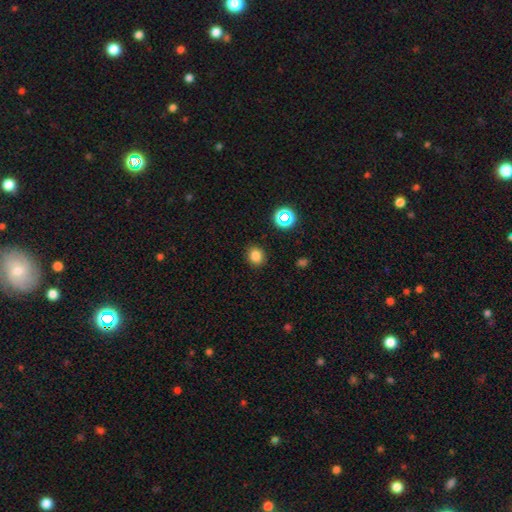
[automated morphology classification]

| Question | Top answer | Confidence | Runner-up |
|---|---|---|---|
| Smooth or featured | smooth | 80% | star or artifact (14%) |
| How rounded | round | 71% | in between (28%) |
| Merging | none | 89% | minor disturbance (7%) |